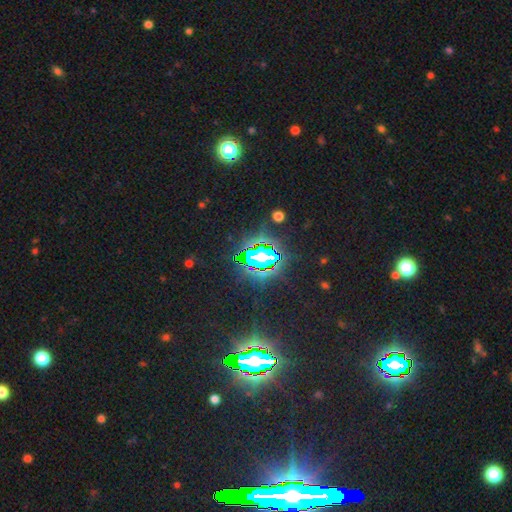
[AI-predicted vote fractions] Smooth or featured?
  - star or artifact: 79% *
  - smooth: 12%
  - featured or disk: 9%